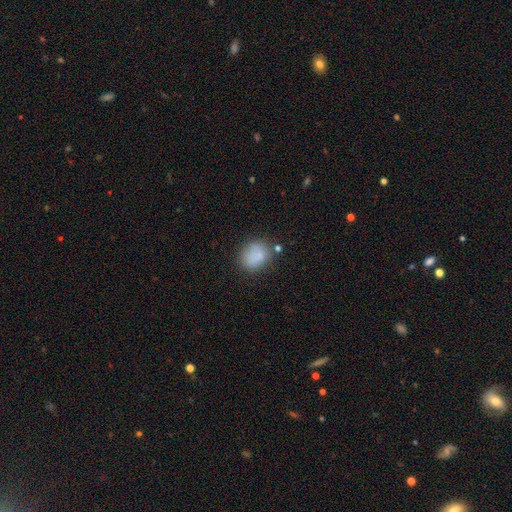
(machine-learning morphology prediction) This is clearly a smooth galaxy (82%). How rounded: possibly round (55%). Merging: likely none (67%).